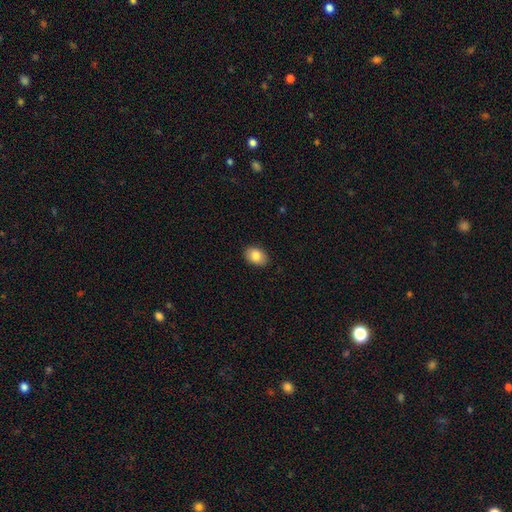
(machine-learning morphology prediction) A smooth galaxy with no disk features (85%) that is in between round and cigar-shaped (80%). Merging: none (89%).